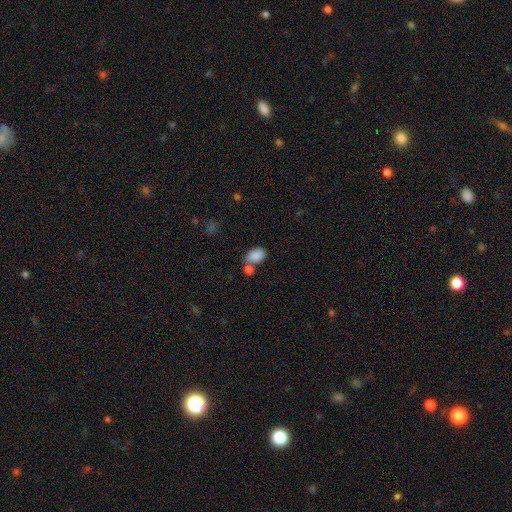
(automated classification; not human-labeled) Smooth or featured: smooth — 87% (star or artifact — 8%)
How rounded: in between — 88% (round — 11%)
Merging: none — 55% (merger — 27%)